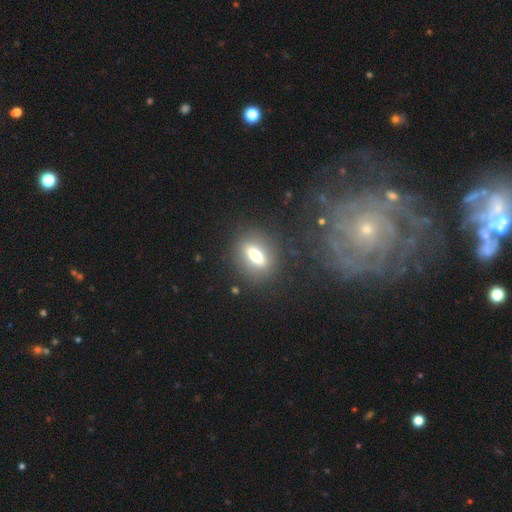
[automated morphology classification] smooth 62%, featured or disk 27%, star or artifact 11%. Down the decision tree: how rounded — in between (59%); merging — none (83%).